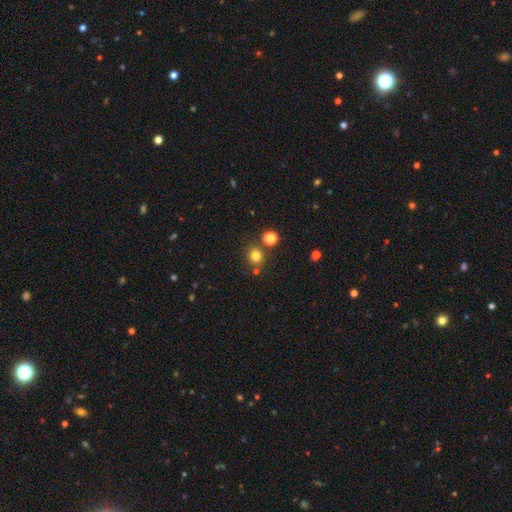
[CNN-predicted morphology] smooth-or-featured: smooth: 78% | star or artifact: 16% | featured or disk: 6%
  how-rounded: round: 86% | in between: 13% | cigar-shaped: 1%
  merging: none: 79% | merger: 10% | minor disturbance: 8% | major disturbance: 3%